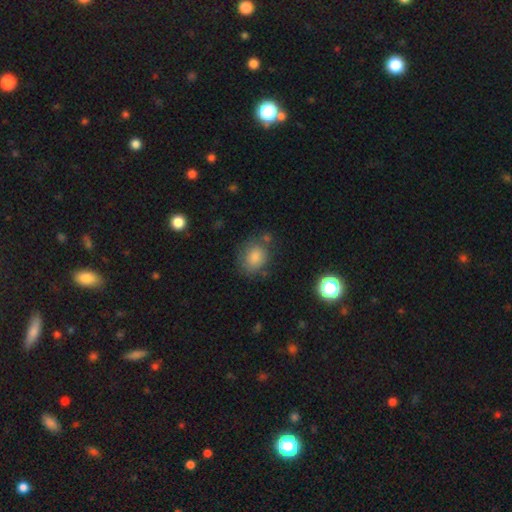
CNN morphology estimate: A smooth galaxy with no disk features (81%) that is round (50%).

Vote fractions:
- Smooth or featured? smooth: 81% / star or artifact: 10% / featured or disk: 9%
- How rounded? round: 50% / in between: 49% / cigar-shaped: 1%
- Merging? none: 69% / minor disturbance: 19% / merger: 6% / major disturbance: 6%